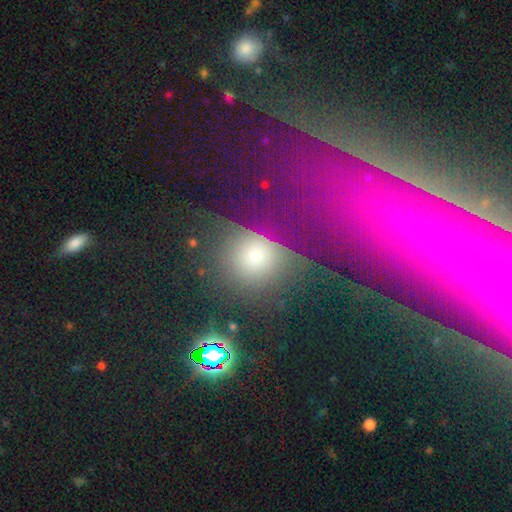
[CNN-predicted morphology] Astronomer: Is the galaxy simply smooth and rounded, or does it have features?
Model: smooth — 60%.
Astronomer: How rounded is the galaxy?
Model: round — 71%.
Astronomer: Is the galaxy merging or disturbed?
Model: none — 57%.